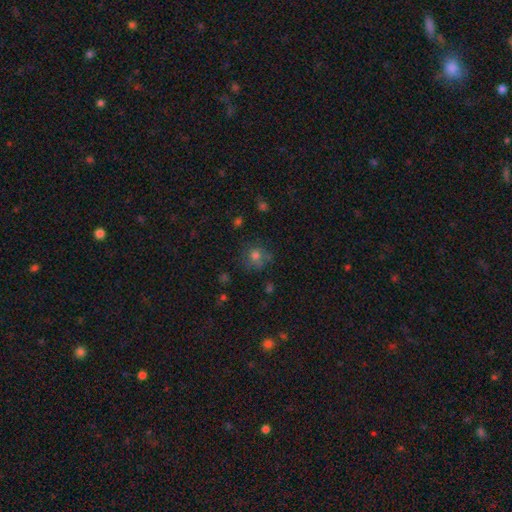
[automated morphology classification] Smooth or featured? smooth (70%)
How rounded? round (83%)
Merging? none (64%)